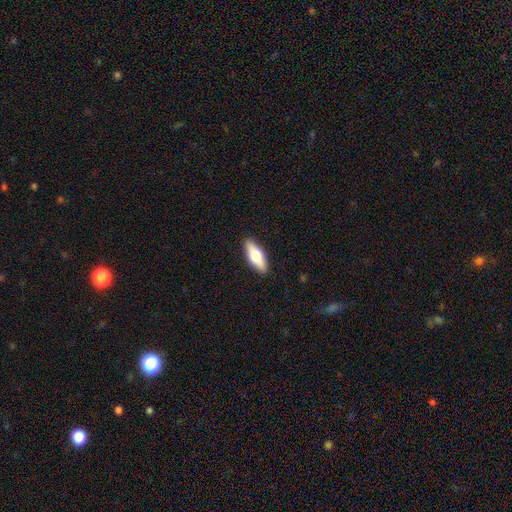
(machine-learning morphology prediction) Smooth or featured: smooth — 61% (featured or disk — 33%)
How rounded: in between — 65% (cigar-shaped — 33%)
Merging: none — 90% (minor disturbance — 8%)